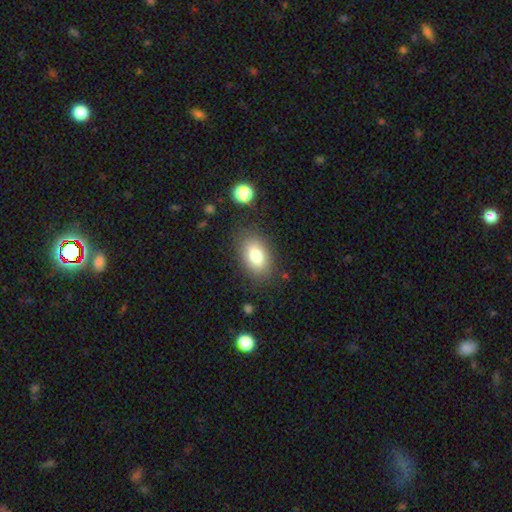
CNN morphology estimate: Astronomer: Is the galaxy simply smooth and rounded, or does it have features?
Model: smooth — 80%.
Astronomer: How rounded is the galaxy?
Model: in between — 87%.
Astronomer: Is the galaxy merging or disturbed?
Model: none — 81%.